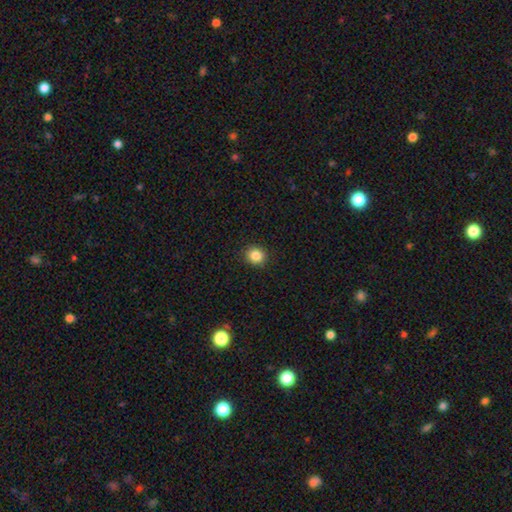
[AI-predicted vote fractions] Q: Smooth or featured?
A: smooth (86%); runner-up: star or artifact (10%)
Q: How rounded?
A: round (85%); runner-up: in between (14%)
Q: Merging?
A: none (91%); runner-up: minor disturbance (7%)